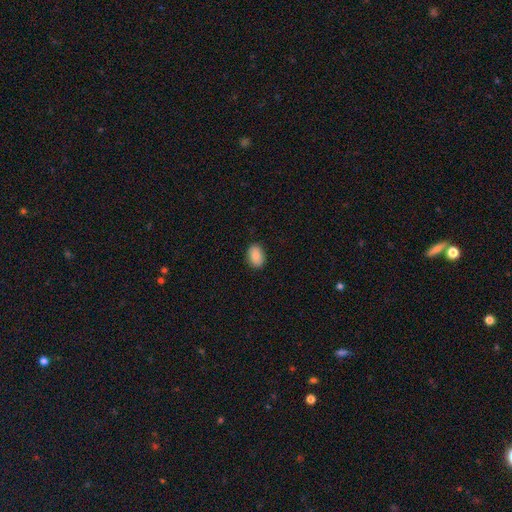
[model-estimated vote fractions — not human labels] Smooth or featured?
  - smooth: 85% *
  - star or artifact: 8%
  - featured or disk: 7%
How rounded?
  - in between: 84% *
  - round: 15%
  - cigar-shaped: 1%
Merging?
  - none: 88% *
  - minor disturbance: 9%
  - major disturbance: 2%
  - merger: 1%